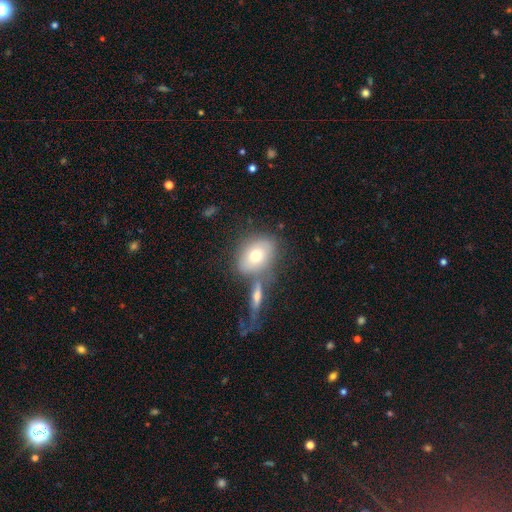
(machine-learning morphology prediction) This appears to be a smooth galaxy with no disk features (69%) that is in between round and cigar-shaped (63%). Merging: none (57%).